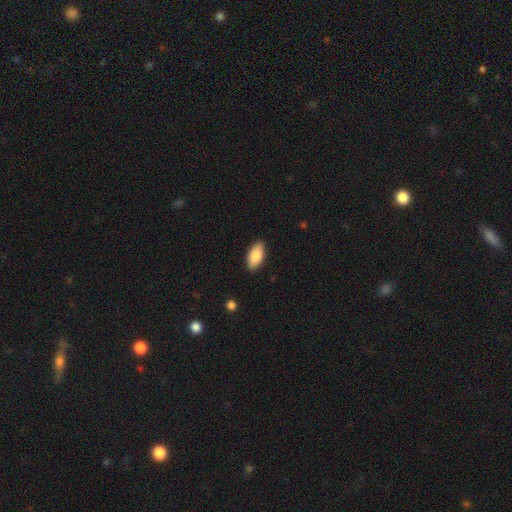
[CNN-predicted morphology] Smooth or featured? Predicted: smooth (p=0.87). How rounded? Predicted: in between (p=0.91). Merging? Predicted: none (p=0.88).